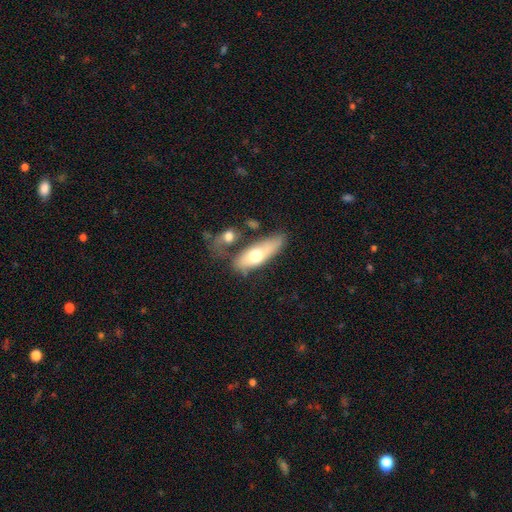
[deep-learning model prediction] Q: Smooth or featured?
A: smooth (60%); runner-up: featured or disk (34%)
Q: How rounded?
A: in between (63%); runner-up: cigar-shaped (34%)
Q: Merging?
A: none (49%); runner-up: merger (21%)